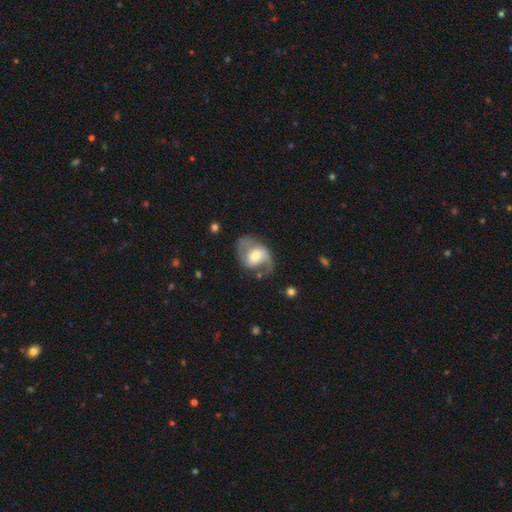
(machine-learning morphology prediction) type=featured or disk (75%); edge-on=no (97%); bar=weak (42%); spiral arms=yes (87%); winding=medium (47%); arm count=2 (81%); bulge=moderate (57%); merging=none (59%).